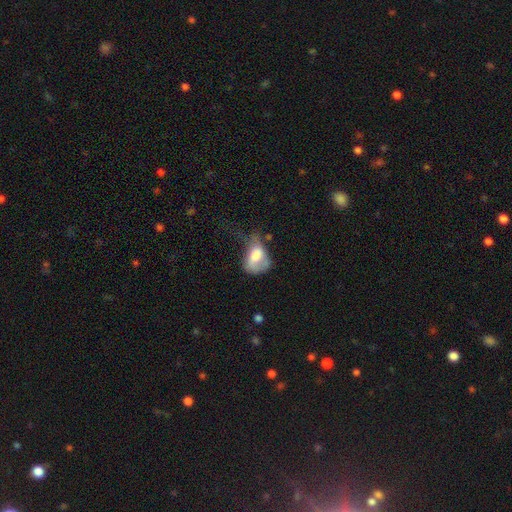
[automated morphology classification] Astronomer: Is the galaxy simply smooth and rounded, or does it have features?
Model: smooth — 66%.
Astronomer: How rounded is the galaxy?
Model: in between — 83%.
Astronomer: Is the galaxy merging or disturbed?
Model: major disturbance — 48% (runner-up: minor disturbance, 27%).